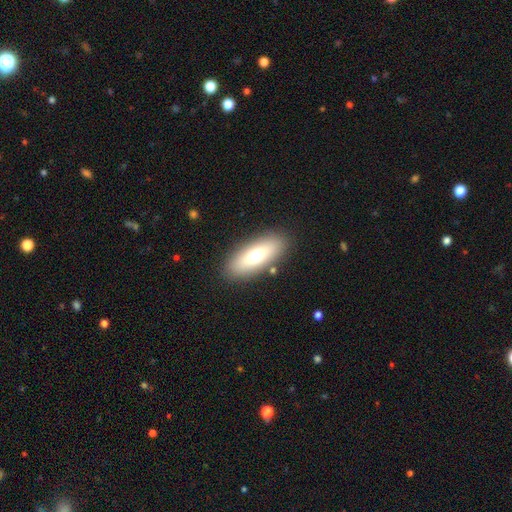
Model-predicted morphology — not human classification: Smooth or featured? smooth (68%)
How rounded? in between (73%)
Merging? none (86%)